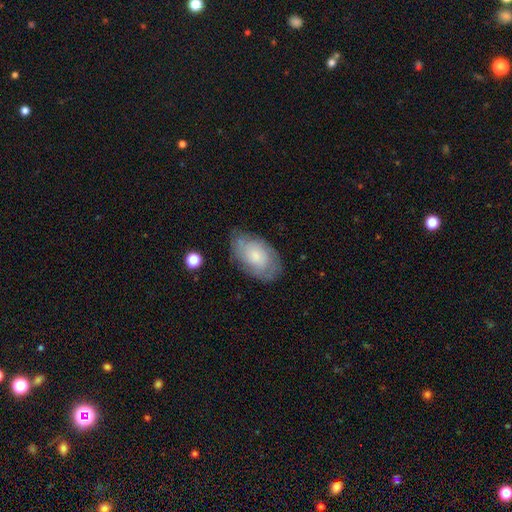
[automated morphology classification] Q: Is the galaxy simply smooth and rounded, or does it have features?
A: featured or disk — 48%.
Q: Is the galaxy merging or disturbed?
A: none — 70%.